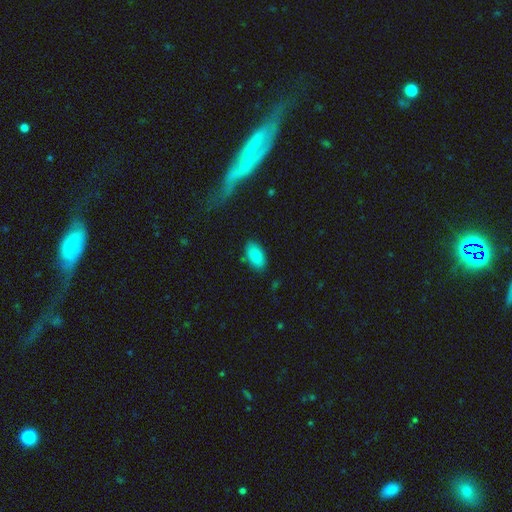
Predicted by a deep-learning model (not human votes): A smooth galaxy with no disk features (85%) that is in between round and cigar-shaped (94%).

Vote fractions:
- Smooth or featured? smooth: 85% / featured or disk: 8% / star or artifact: 7%
- How rounded? in between: 94% / round: 3% / cigar-shaped: 3%
- Merging? none: 83% / minor disturbance: 12% / major disturbance: 3% / merger: 2%